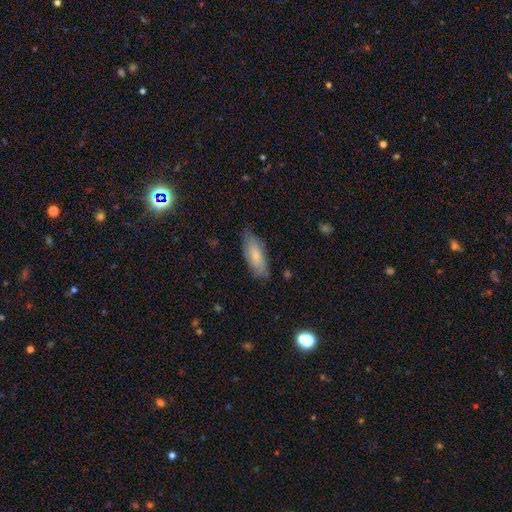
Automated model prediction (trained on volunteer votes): Smooth or featured?
  - smooth: 74% *
  - featured or disk: 20%
  - star or artifact: 6%
How rounded?
  - in between: 69% *
  - cigar-shaped: 29%
  - round: 2%
Merging?
  - none: 75% *
  - minor disturbance: 20%
  - major disturbance: 4%
  - merger: 1%